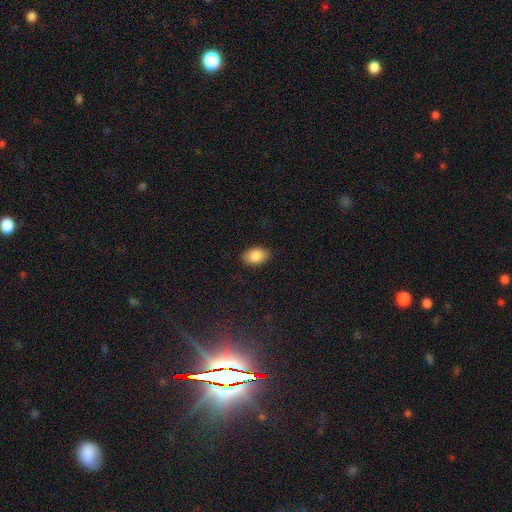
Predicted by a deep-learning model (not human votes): Morphology: type=smooth (87%); roundness=in between (89%); merging=none (88%).